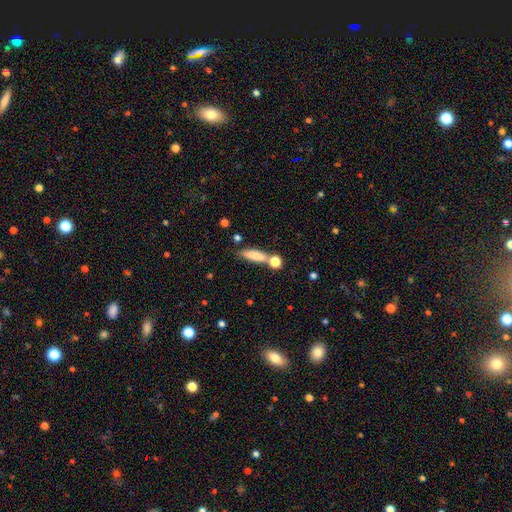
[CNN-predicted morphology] This is clearly a smooth galaxy (81%). How rounded: possibly cigar-shaped (49%). Merging: possibly none (59%).